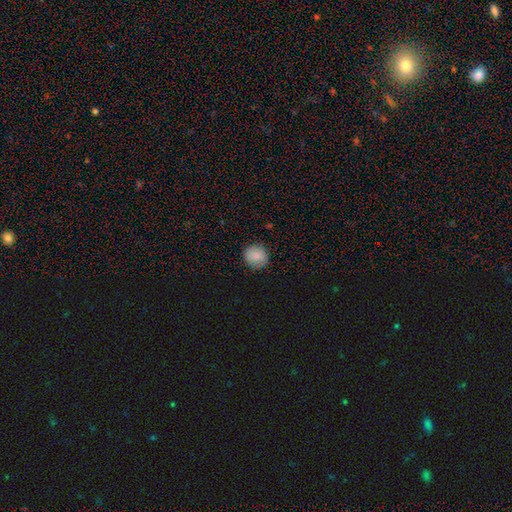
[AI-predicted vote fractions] Smooth or featured? Predicted: smooth (p=0.84). How rounded? Predicted: round (p=0.91). Merging? Predicted: none (p=0.86).